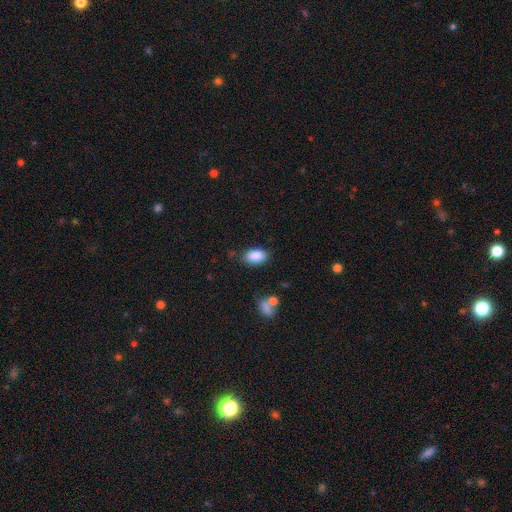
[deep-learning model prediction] A smooth galaxy with no disk features (88%) that is in between round and cigar-shaped (91%). Merging: none (81%).